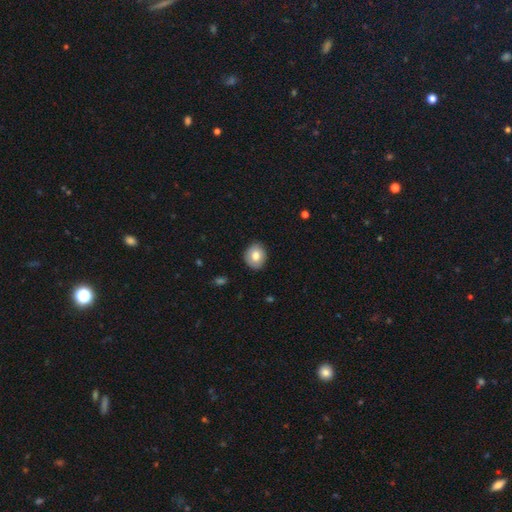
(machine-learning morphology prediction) Smooth or featured: smooth — 77% (featured or disk — 15%)
How rounded: round — 68% (in between — 31%)
Merging: none — 86% (minor disturbance — 11%)